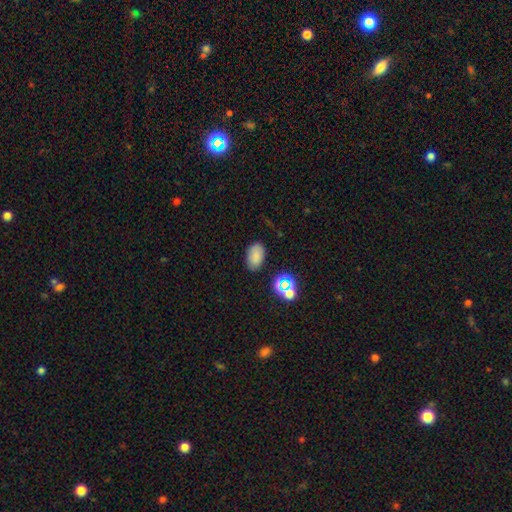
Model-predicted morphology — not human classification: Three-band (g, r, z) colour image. It shows a smooth galaxy with no disk features (77%) that is in between round and cigar-shaped (88%). Merging: none (80%).